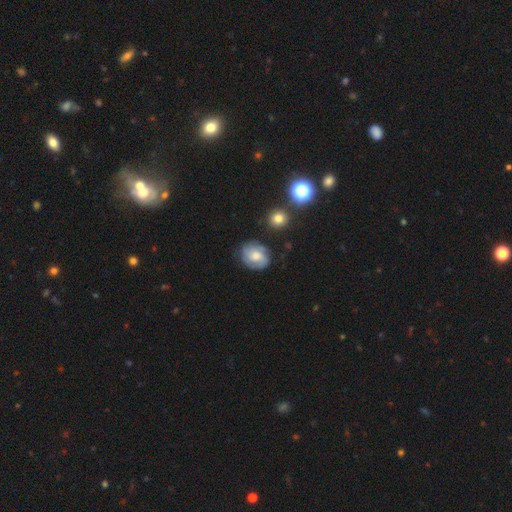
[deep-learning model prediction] Overall: featured or disk (52%; smooth 40%). Edge-on disk: no (97%). Bar: no (67%; weak 29%). Spiral arms: yes (83%). Bulge size: moderate (55%; small 20%). Merging: none (74%).